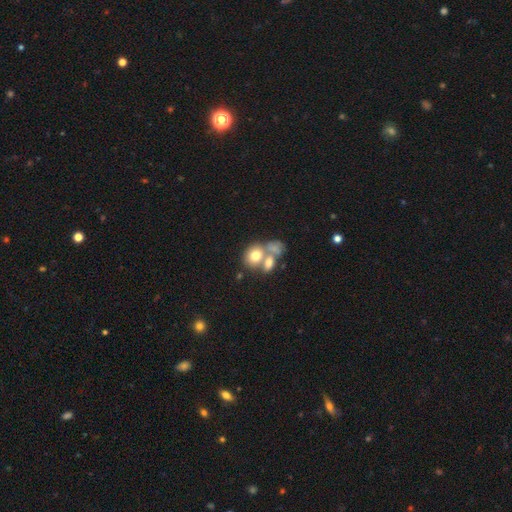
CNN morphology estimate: Overall: smooth (70%). How rounded: in between (51%; round 47%). Merging: merger (53%; none 31%).